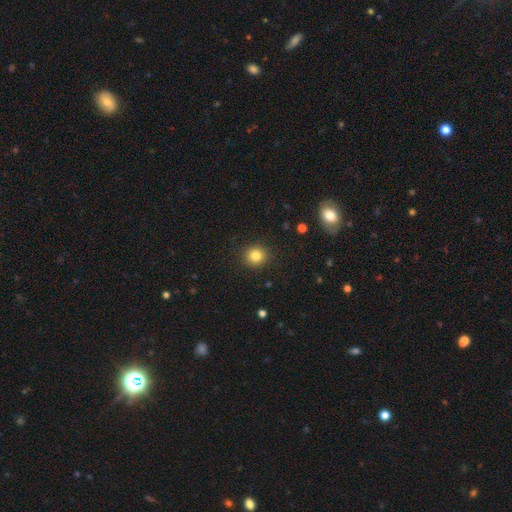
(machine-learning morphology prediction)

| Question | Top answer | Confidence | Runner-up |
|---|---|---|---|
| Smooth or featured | smooth | 83% | star or artifact (12%) |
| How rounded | round | 91% | in between (8%) |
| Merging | none | 91% | minor disturbance (6%) |